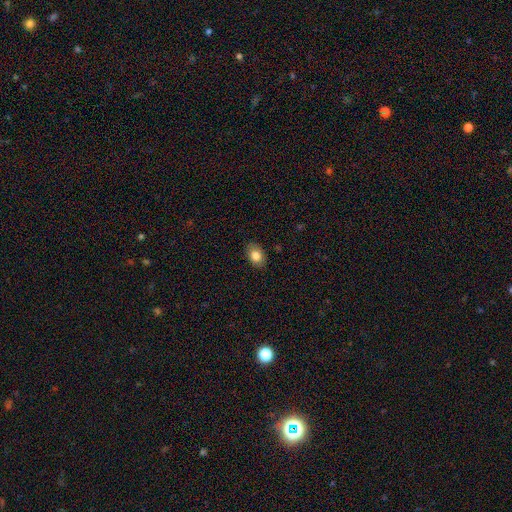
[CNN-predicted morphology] Smooth or featured? smooth (82%)
How rounded? in between (80%)
Merging? none (86%)